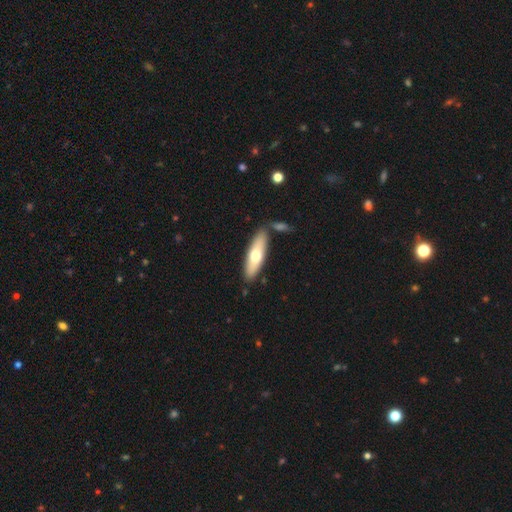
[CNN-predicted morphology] The model was most divided on "how rounded": cigar-shaped: 55%, in between: 43%, round: 2%. More confident: merging — none (78%); smooth or featured — smooth (63%).